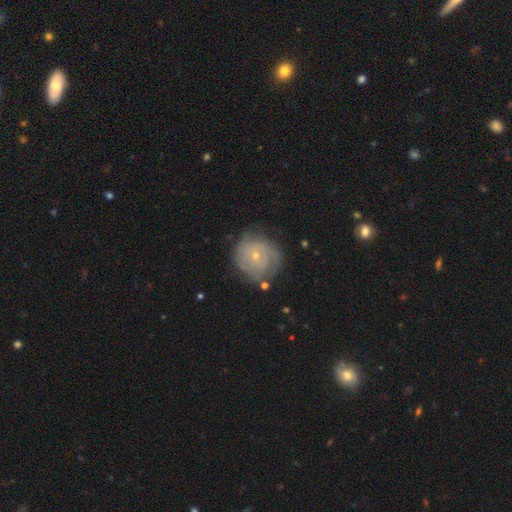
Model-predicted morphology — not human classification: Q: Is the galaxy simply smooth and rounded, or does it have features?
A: featured or disk — 72%.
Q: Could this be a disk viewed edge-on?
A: no — 98%.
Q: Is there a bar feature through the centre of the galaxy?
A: no — 79%.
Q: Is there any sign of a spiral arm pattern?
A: yes — 85%.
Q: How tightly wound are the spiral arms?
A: tight — 72%.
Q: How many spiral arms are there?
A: can't tell — 45%.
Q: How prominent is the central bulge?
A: small — 74%.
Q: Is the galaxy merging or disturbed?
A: none — 68%.